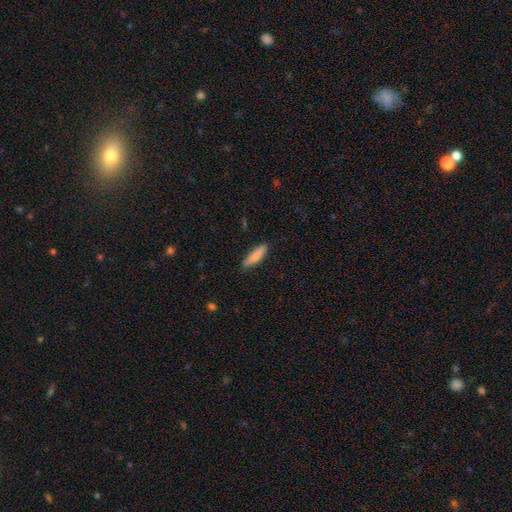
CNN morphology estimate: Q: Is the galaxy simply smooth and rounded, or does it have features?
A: smooth — 80%.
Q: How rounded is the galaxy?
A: cigar-shaped — 73%.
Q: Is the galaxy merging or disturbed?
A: none — 86%.